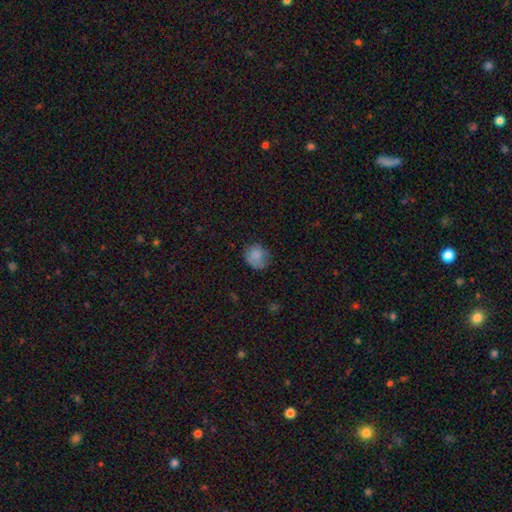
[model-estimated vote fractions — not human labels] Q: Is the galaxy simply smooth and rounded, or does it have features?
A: smooth — 81%.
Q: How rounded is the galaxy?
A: round — 78%.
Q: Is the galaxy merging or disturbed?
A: none — 63%.